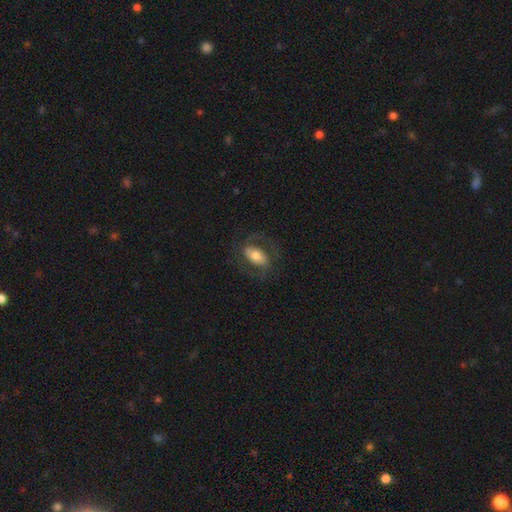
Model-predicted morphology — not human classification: This is possibly a featured or disk galaxy (49%). Merging: likely none (69%).